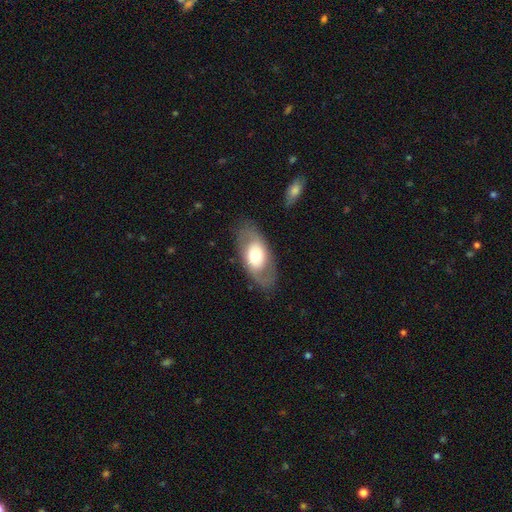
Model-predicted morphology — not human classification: featured or disk 49%, smooth 45%, star or artifact 6%. Down the decision tree: merging — none (80%).